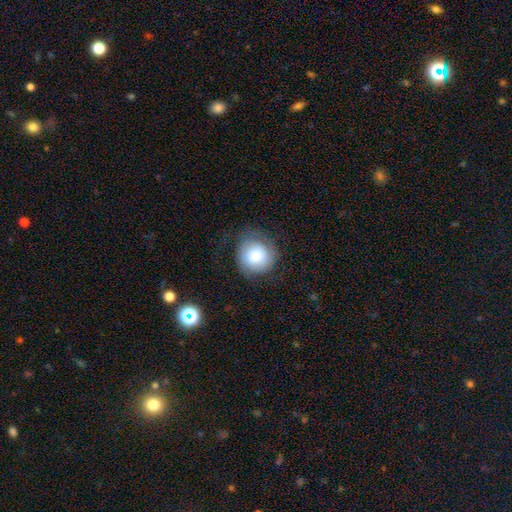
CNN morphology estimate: Smooth or featured? smooth (71%)
How rounded? round (88%)
Merging? none (66%)